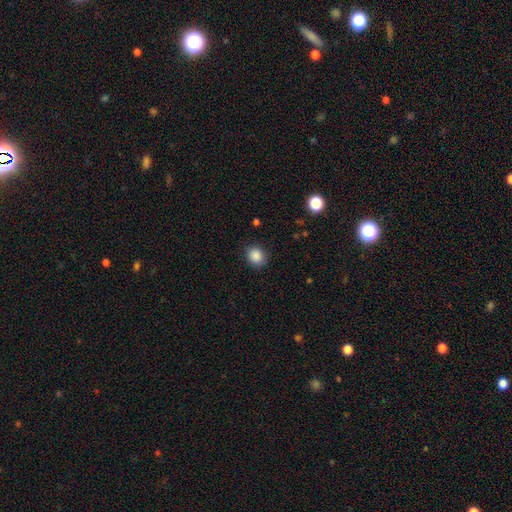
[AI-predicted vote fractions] Smooth or featured? smooth (87%)
How rounded? round (75%)
Merging? none (87%)